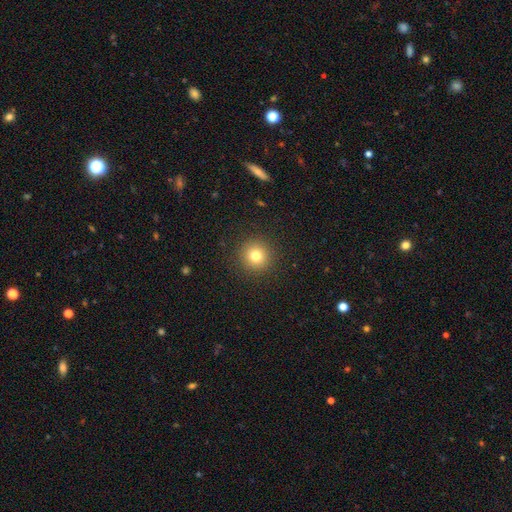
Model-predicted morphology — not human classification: Q: Smooth or featured?
A: smooth (78%); runner-up: star or artifact (14%)
Q: How rounded?
A: round (95%); runner-up: in between (4%)
Q: Merging?
A: none (91%); runner-up: minor disturbance (5%)